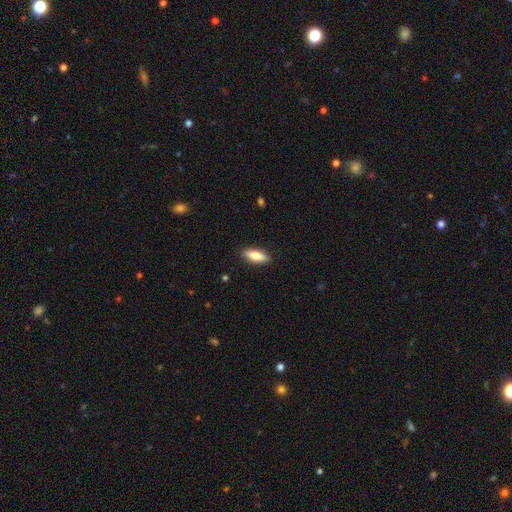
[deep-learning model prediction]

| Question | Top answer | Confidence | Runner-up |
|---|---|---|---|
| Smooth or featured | smooth | 80% | featured or disk (14%) |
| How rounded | in between | 66% | cigar-shaped (32%) |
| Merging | none | 88% | minor disturbance (9%) |